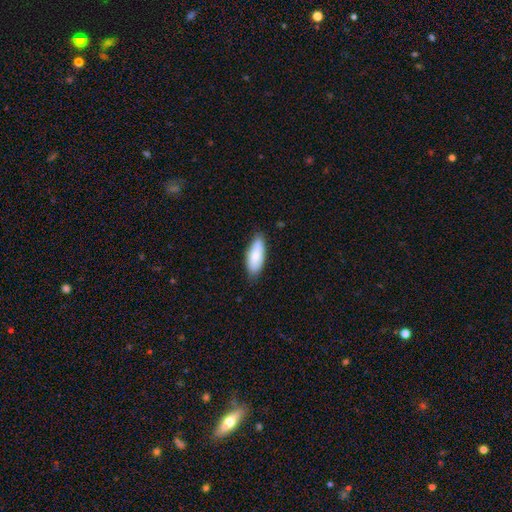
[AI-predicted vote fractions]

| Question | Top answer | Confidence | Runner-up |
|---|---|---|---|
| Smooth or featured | smooth | 77% | featured or disk (18%) |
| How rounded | in between | 80% | cigar-shaped (19%) |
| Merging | none | 77% | minor disturbance (19%) |